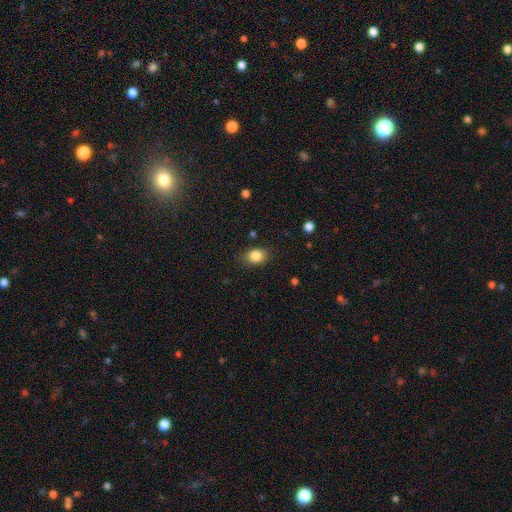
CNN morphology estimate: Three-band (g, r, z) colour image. It shows a smooth galaxy with no disk features (85%) that is in between round and cigar-shaped (64%). Merging: none (81%).